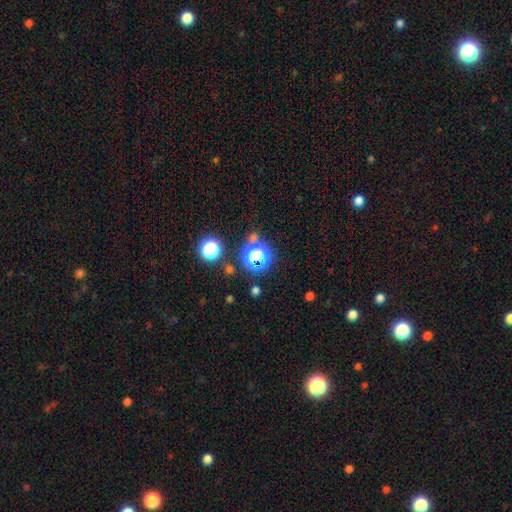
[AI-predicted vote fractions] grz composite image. It shows a smooth galaxy with no disk features (46%). Merging: none (70%).